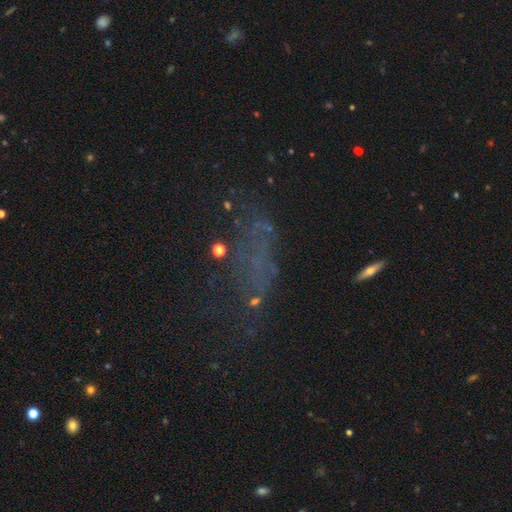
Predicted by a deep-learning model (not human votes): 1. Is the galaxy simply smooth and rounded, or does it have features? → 37% star or artifact, 32% smooth, 31% featured or disk.